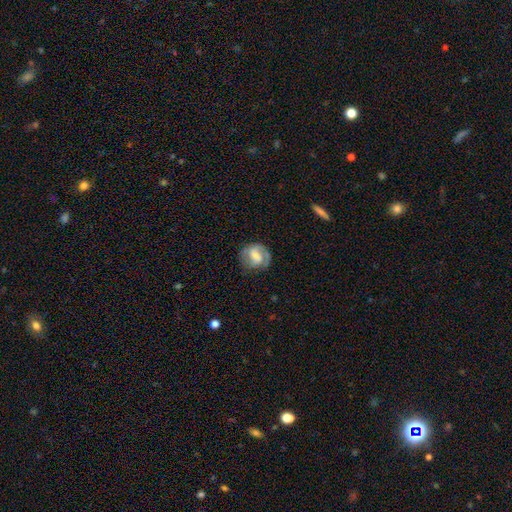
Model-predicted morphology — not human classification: smooth_or_featured: featured or disk (p=0.66) [alt: smooth p=0.28]
disk_edge_on: no (p=0.98) [alt: yes p=0.02]
bar: weak (p=0.50) [alt: no p=0.26]
has_spiral_arms: yes (p=0.87) [alt: no p=0.13]
spiral_winding: medium (p=0.46) [alt: tight p=0.34]
spiral_arm_count: 2 (p=0.71) [alt: 1 p=0.12]
bulge_size: moderate (p=0.38) [alt: small p=0.34]
merging: none (p=0.66) [alt: minor disturbance p=0.21]